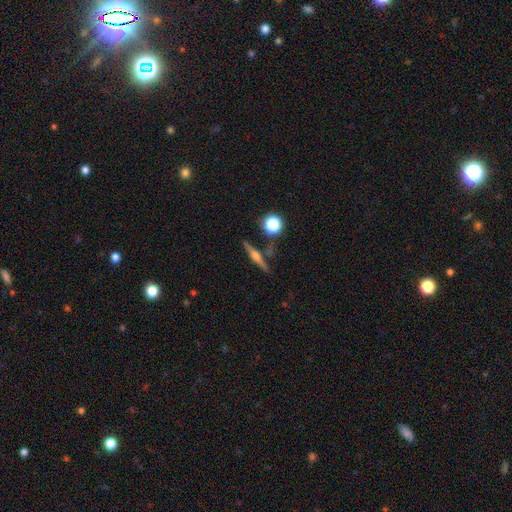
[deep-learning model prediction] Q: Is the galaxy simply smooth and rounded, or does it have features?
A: featured or disk — 70%.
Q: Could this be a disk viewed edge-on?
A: yes — 97%.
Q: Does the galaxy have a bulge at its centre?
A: rounded — 87%.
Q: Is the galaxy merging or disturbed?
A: none — 85%.